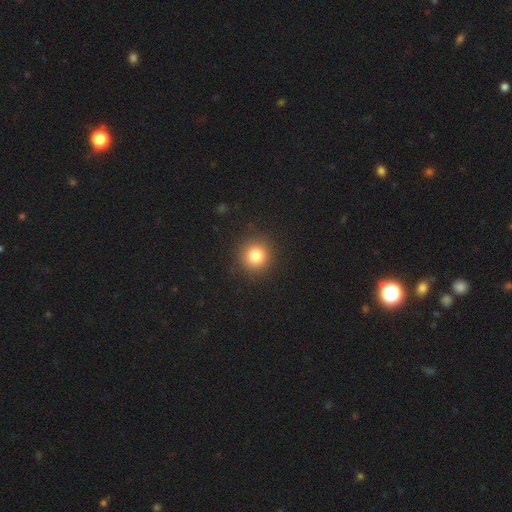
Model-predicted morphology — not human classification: Smooth or featured? smooth (82%)
How rounded? round (92%)
Merging? none (90%)